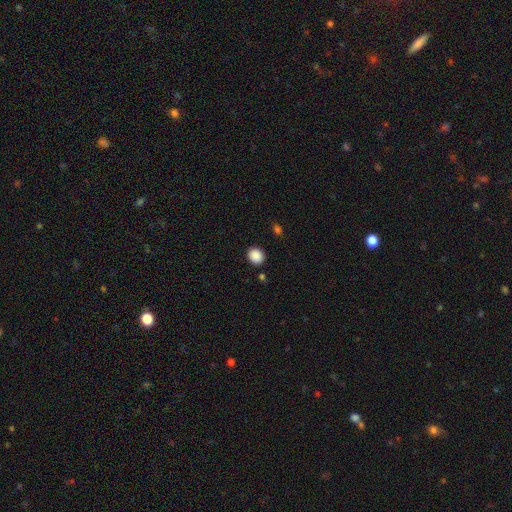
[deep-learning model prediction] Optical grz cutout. It shows a smooth galaxy with no disk features (89%) that is round (70%). Merging: none (88%).